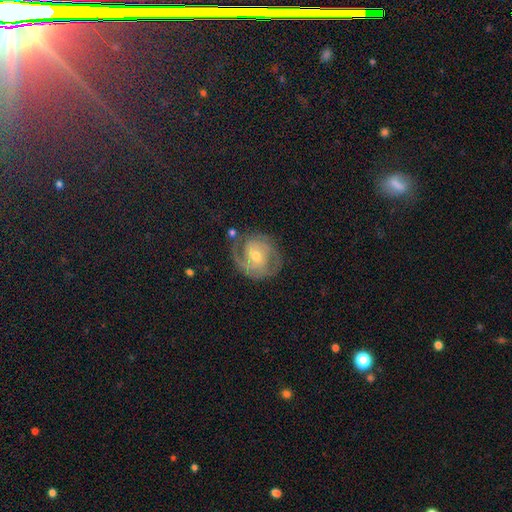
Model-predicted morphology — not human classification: A featured or disk galaxy (81%) with no bar (55%), 2 (66%) tight (48%) spiral arms (94%) and a moderate central bulge (53%).

Vote fractions:
- Smooth or featured? featured or disk: 81% / smooth: 12% / star or artifact: 7%
- Edge-on disk? no: 97% / yes: 3%
- Bar? no: 55% / weak: 35% / strong: 10%
- Spiral arms? yes: 94% / no: 6%
- Spiral winding? tight: 48% / medium: 40% / loose: 12%
- Spiral arm count? 2: 66% / can't tell: 12% / 3: 9% / 1: 8% / 4: 2% / more than 4: 2%
- Bulge size? moderate: 53% / small: 42% / large: 2% / none: 1% / dominant: 1%
- Merging? none: 69% / minor disturbance: 18% / major disturbance: 10% / merger: 3%